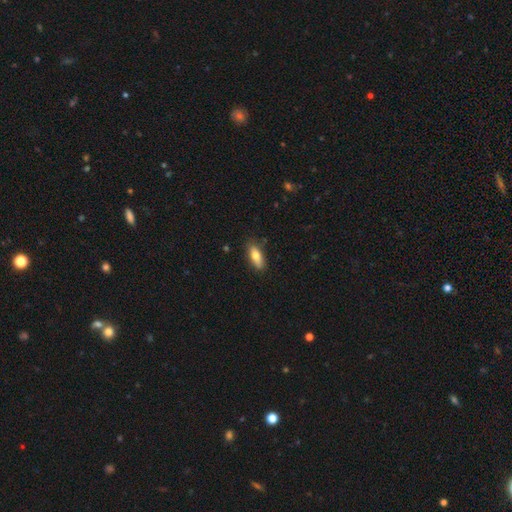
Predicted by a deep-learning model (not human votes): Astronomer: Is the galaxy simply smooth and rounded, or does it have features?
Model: smooth — 74%.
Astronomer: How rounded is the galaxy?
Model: in between — 72%.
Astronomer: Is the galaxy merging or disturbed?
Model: none — 82%.